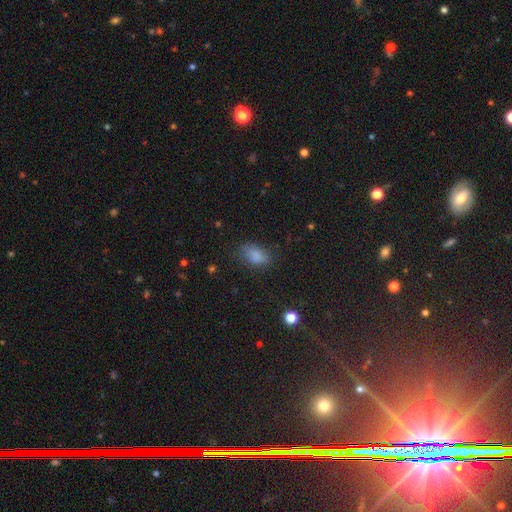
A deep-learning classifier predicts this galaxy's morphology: smooth 84%, star or artifact 10%, featured or disk 6%. Down the decision tree: how rounded — in between (87%); merging — none (72%).